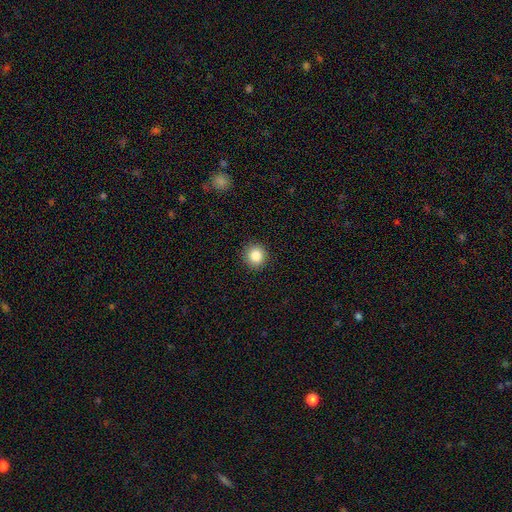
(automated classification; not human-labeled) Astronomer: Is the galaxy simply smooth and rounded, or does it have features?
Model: smooth — 86%.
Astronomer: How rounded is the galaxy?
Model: round — 92%.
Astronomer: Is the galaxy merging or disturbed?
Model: none — 92%.